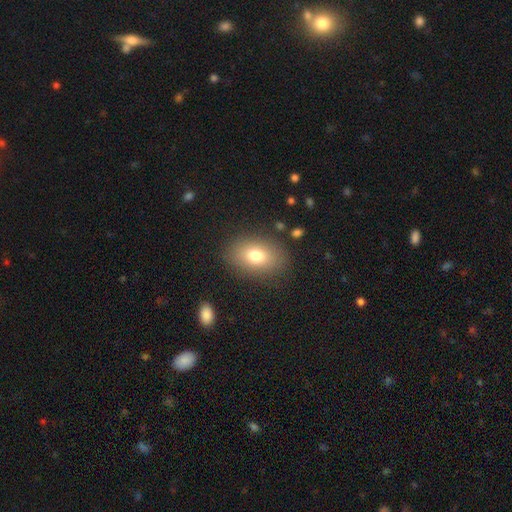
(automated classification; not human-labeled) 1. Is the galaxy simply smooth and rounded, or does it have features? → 77% smooth, 13% featured or disk, 10% star or artifact.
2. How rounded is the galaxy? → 80% in between, 18% round, 1% cigar-shaped.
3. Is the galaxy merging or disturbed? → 84% none, 10% minor disturbance, 4% major disturbance, 2% merger.